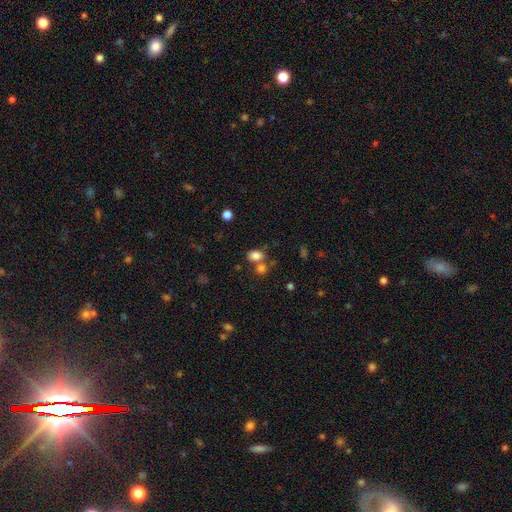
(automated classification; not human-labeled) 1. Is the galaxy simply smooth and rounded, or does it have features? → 80% smooth, 12% star or artifact, 8% featured or disk.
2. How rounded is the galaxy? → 67% in between, 32% round, 1% cigar-shaped.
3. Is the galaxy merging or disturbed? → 52% none, 32% merger, 11% minor disturbance, 5% major disturbance.